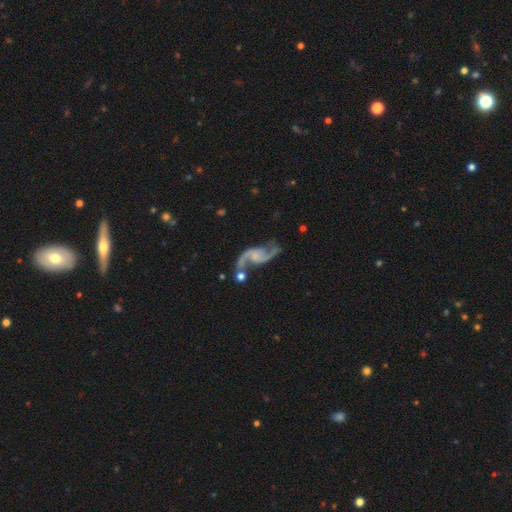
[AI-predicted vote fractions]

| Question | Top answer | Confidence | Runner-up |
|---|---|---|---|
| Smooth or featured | featured or disk | 90% | smooth (5%) |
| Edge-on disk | no | 97% | yes (3%) |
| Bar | no | 53% | weak (37%) |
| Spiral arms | yes | 97% | no (3%) |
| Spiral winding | loose | 73% | medium (23%) |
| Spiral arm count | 2 | 94% | 1 (2%) |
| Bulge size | none | 41% | small (40%) |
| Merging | none | 62% | minor disturbance (16%) |